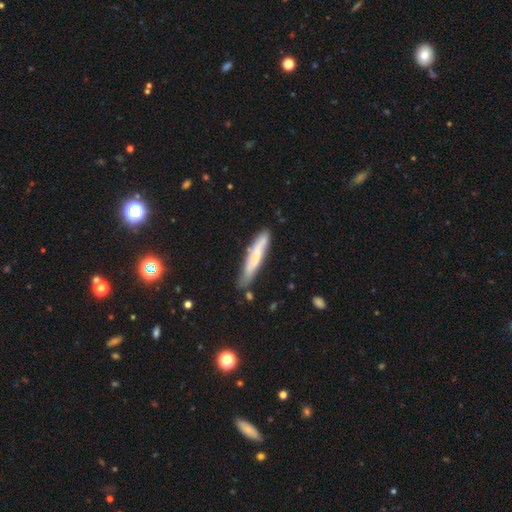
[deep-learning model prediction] Morphology: type=smooth (57%); roundness=cigar-shaped (91%); merging=none (74%).